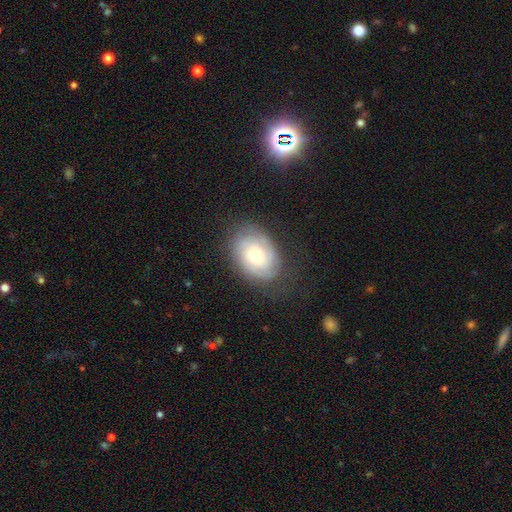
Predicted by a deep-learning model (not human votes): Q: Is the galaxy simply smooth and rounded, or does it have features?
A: featured or disk — 65%.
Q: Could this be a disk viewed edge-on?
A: no — 97%.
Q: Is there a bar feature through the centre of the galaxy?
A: no — 79%.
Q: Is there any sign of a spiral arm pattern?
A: yes — 90%.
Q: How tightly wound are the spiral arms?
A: tight — 69%.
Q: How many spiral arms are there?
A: can't tell — 44%.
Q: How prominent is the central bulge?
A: moderate — 50%.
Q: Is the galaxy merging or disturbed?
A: none — 71%.